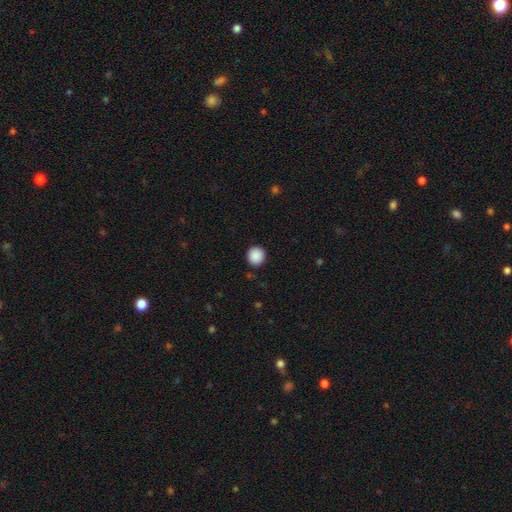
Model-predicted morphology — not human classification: This is clearly a smooth galaxy (89%). How rounded: clearly round (92%). Merging: clearly none (91%).